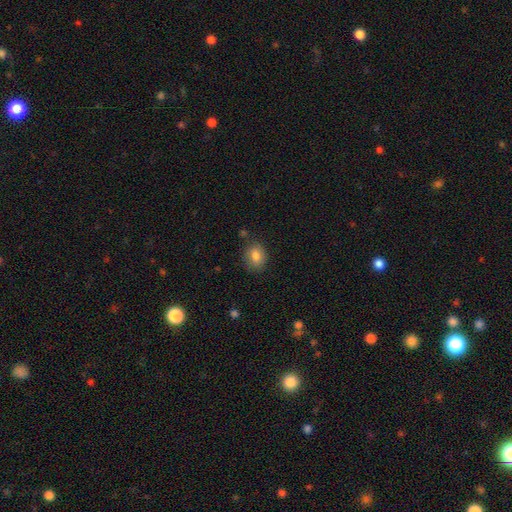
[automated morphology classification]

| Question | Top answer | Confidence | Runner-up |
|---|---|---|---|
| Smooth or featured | smooth | 83% | star or artifact (9%) |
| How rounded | in between | 53% | round (46%) |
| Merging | none | 81% | minor disturbance (13%) |